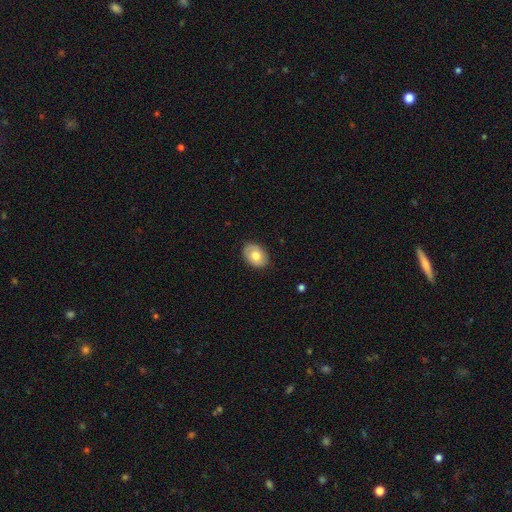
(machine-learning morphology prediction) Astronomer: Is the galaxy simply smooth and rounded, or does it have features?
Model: smooth — 72%.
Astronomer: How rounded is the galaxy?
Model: in between — 76%.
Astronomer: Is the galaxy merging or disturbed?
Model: none — 84%.